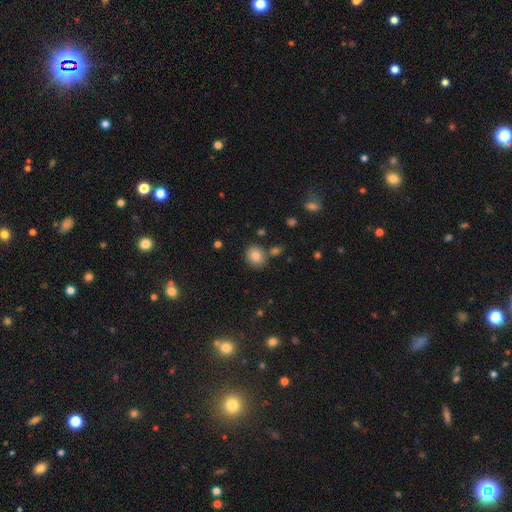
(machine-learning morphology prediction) Smooth or featured? Predicted: smooth (p=0.84). How rounded? Predicted: round (p=0.66). Merging? Predicted: none (p=0.76).